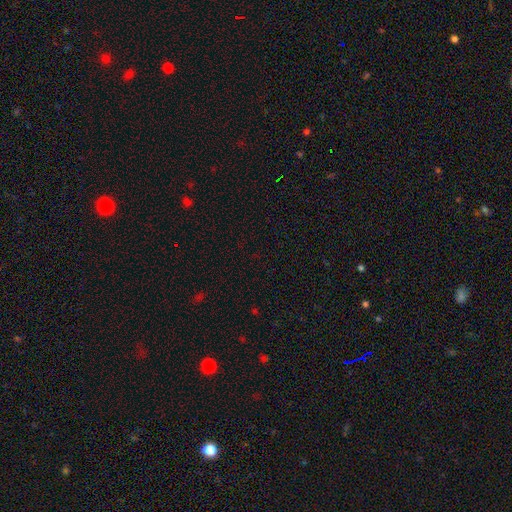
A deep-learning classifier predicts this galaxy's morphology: star or artifact 72%, smooth 21%, featured or disk 7%.